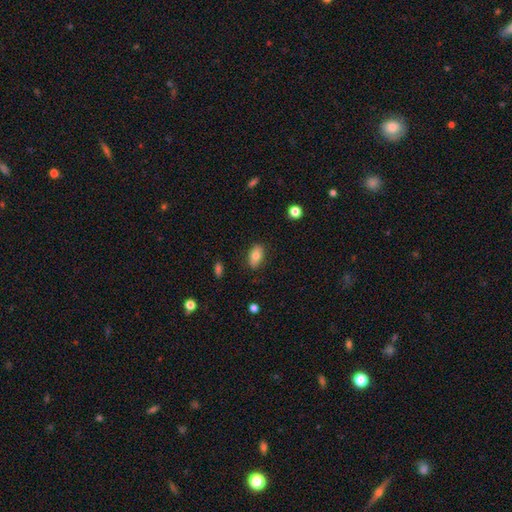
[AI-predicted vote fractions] This appears to be a smooth galaxy with no disk features (74%) that is in between round and cigar-shaped (89%). Merging: none (85%).